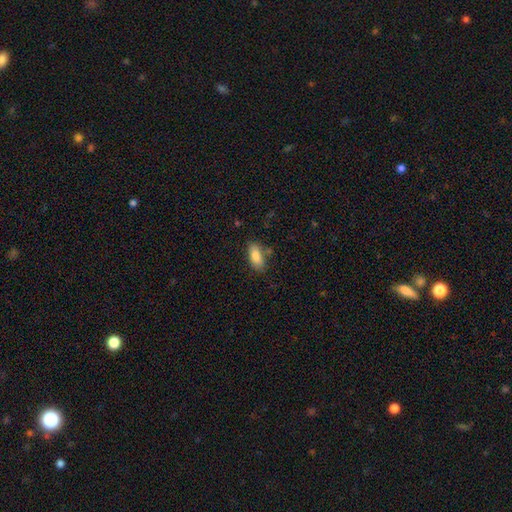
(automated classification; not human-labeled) smooth_or_featured: smooth (p=0.84) [alt: featured or disk p=0.09]
how_rounded: in between (p=0.83) [alt: cigar-shaped p=0.15]
merging: none (p=0.72) [alt: minor disturbance p=0.16]